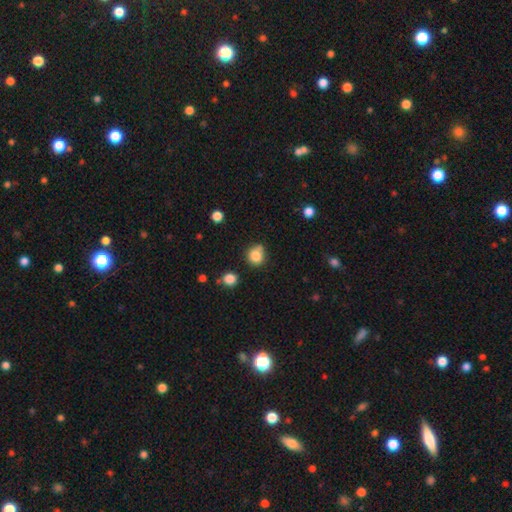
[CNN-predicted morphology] A smooth galaxy with no disk features (82%) that is round (82%).

Vote fractions:
- Smooth or featured? smooth: 82% / star or artifact: 11% / featured or disk: 7%
- How rounded? round: 82% / in between: 17% / cigar-shaped: 1%
- Merging? none: 63% / minor disturbance: 19% / merger: 12% / major disturbance: 5%